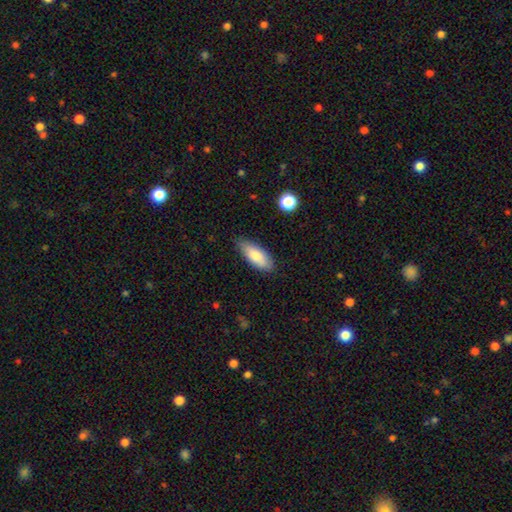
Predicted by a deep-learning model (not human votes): Smooth or featured? smooth (80%)
How rounded? in between (73%)
Merging? none (79%)